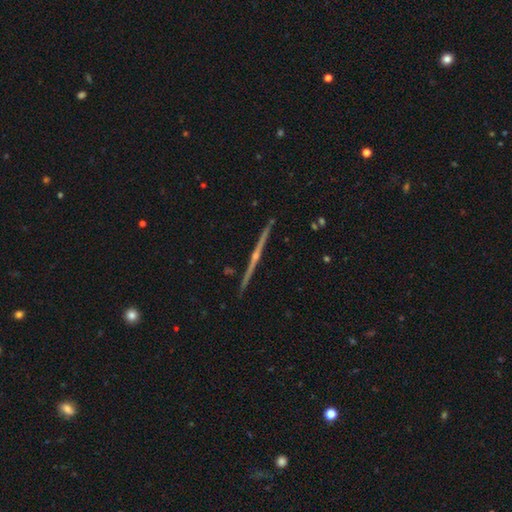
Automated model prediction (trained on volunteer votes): This is clearly a featured or disk galaxy (87%). It is clearly viewed edge-on (99%). Edge-on bulge: clearly rounded (83%). Merging: clearly none (92%).